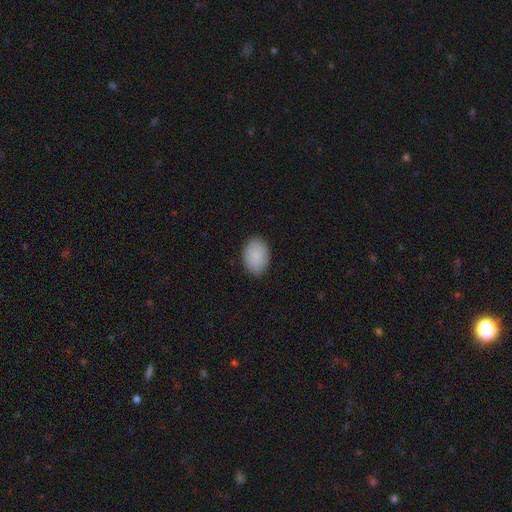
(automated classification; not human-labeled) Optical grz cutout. It shows a smooth galaxy with no disk features (90%) that is in between round and cigar-shaped (87%). Merging: none (88%).